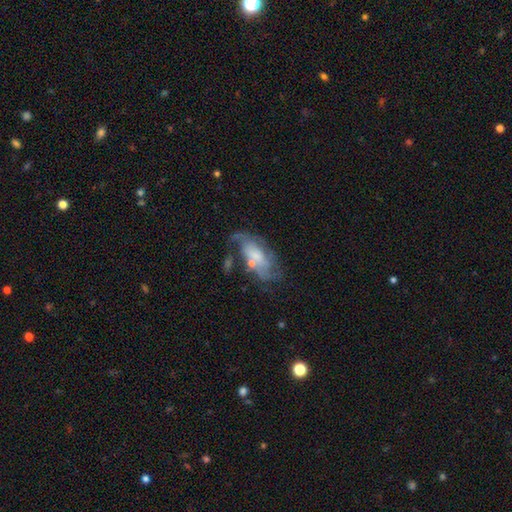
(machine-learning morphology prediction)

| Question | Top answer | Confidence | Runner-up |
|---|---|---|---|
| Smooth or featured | featured or disk | 65% | smooth (28%) |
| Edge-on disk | no | 93% | yes (7%) |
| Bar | no | 57% | weak (33%) |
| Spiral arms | yes | 81% | no (19%) |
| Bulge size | small | 47% | moderate (26%) |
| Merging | none | 41% | major disturbance (24%) |